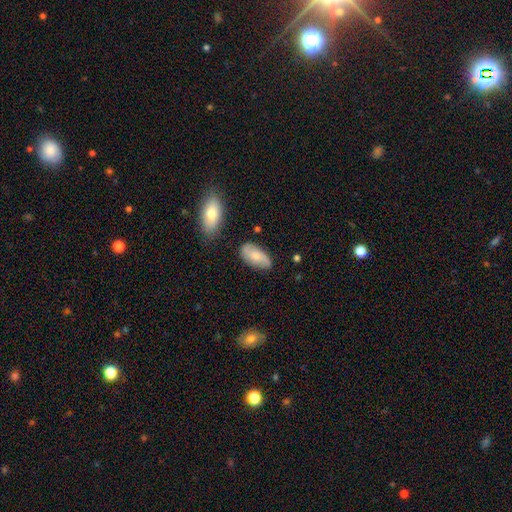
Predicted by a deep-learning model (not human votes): Smooth or featured: smooth — 60% (featured or disk — 33%)
How rounded: in between — 92% (cigar-shaped — 5%)
Merging: none — 74% (minor disturbance — 19%)